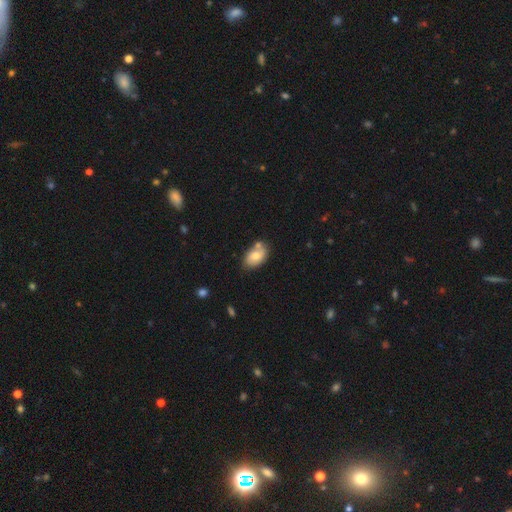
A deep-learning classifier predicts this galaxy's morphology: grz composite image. It shows a smooth galaxy with no disk features (70%) that is in between round and cigar-shaped (90%). Merging: none (63%).